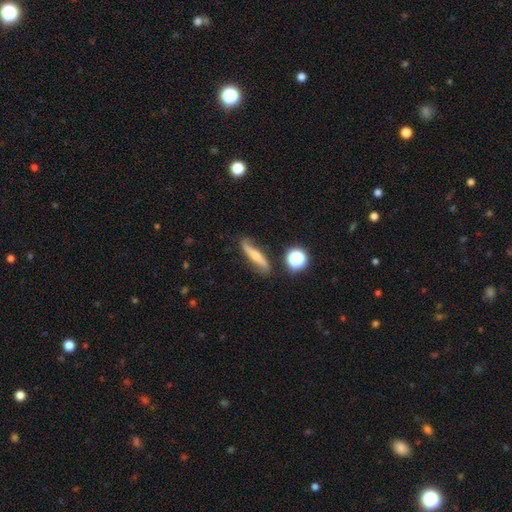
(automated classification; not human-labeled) smooth_or_featured: featured or disk (p=0.51) [alt: smooth p=0.39]
disk_edge_on: yes (p=0.59) [alt: no p=0.41]
merging: none (p=0.75) [alt: minor disturbance p=0.17]